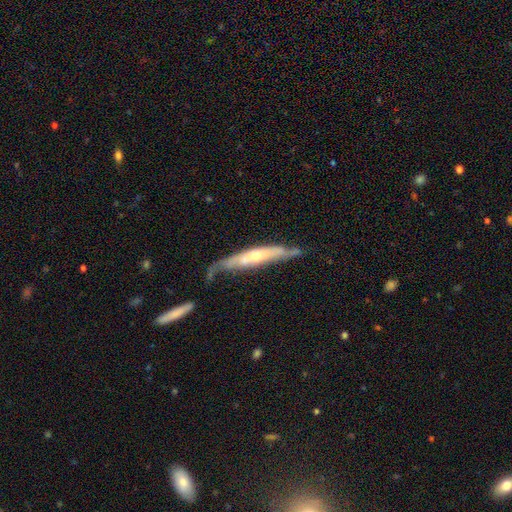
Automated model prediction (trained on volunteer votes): Overall: featured or disk (69%). Edge-on disk: yes (63%; no 37%). Merging: none (49%; minor disturbance 29%).